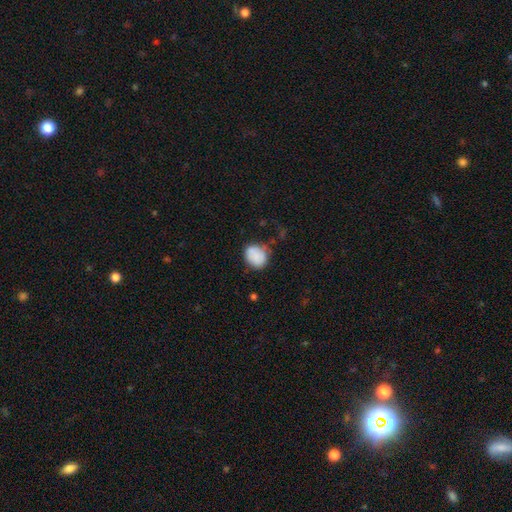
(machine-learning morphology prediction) Smooth or featured? smooth (81%)
How rounded? round (60%)
Merging? none (56%)